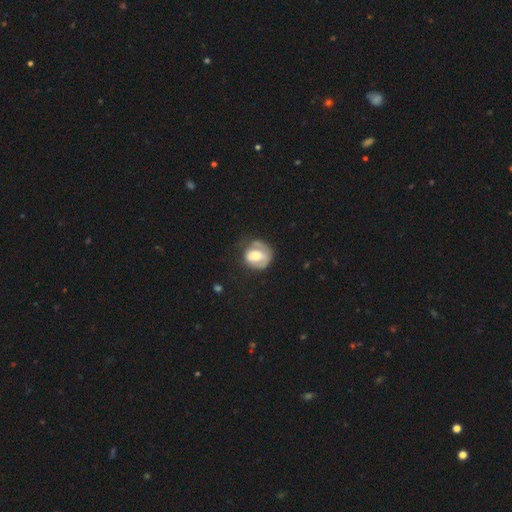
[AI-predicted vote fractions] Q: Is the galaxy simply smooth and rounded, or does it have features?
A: smooth — 53%.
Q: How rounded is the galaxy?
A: round — 73%.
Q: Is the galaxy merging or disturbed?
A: none — 46%.